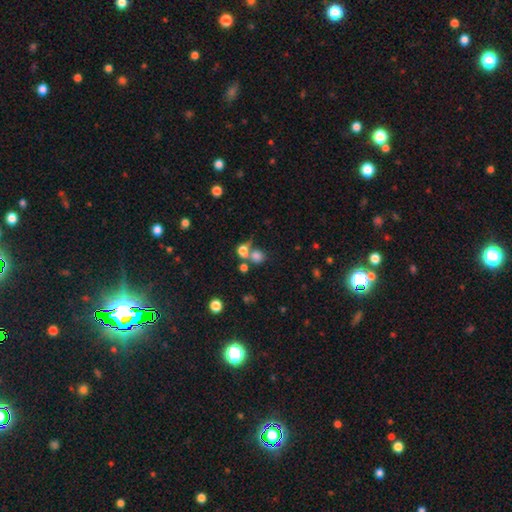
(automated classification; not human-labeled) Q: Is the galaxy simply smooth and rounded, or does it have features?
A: smooth — 74%.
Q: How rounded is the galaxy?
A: round — 77%.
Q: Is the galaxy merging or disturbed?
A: merger — 44%.